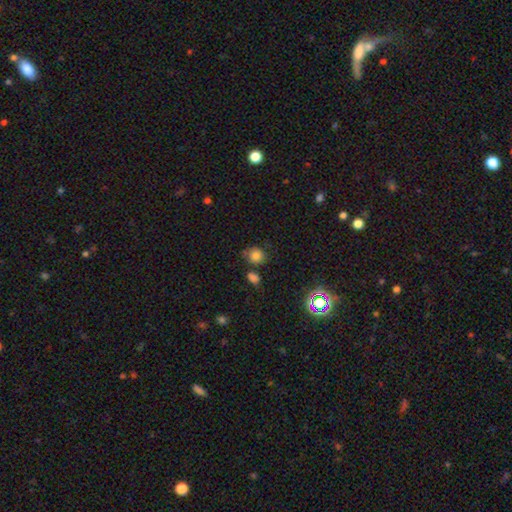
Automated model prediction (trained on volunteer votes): Smooth or featured: smooth — 76% (star or artifact — 16%)
How rounded: round — 77% (in between — 22%)
Merging: none — 62% (minor disturbance — 19%)